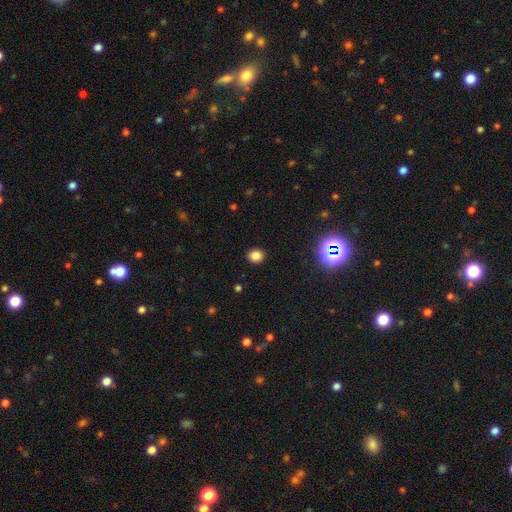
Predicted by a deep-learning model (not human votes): Smooth or featured? Predicted: smooth (p=0.82). How rounded? Predicted: round (p=0.76). Merging? Predicted: none (p=0.91).